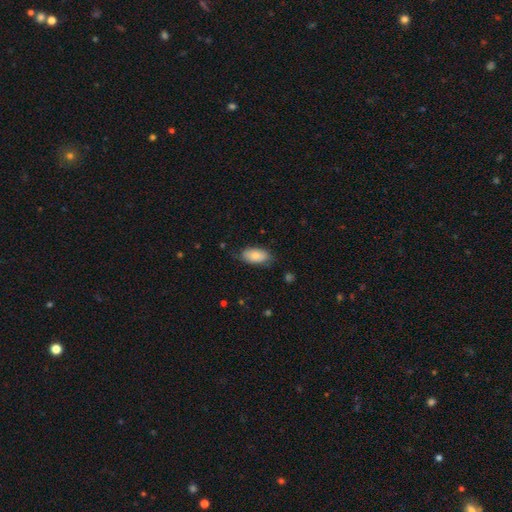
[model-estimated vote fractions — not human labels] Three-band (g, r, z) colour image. It shows a smooth galaxy with no disk features (77%) that is in between round and cigar-shaped (93%). Merging: none (75%).